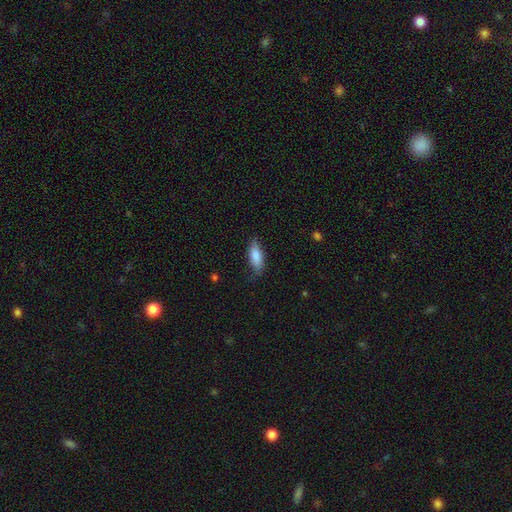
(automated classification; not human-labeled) smooth_or_featured: smooth (p=0.79) [alt: featured or disk p=0.14]
how_rounded: in between (p=0.69) [alt: cigar-shaped p=0.29]
merging: none (p=0.73) [alt: minor disturbance p=0.21]